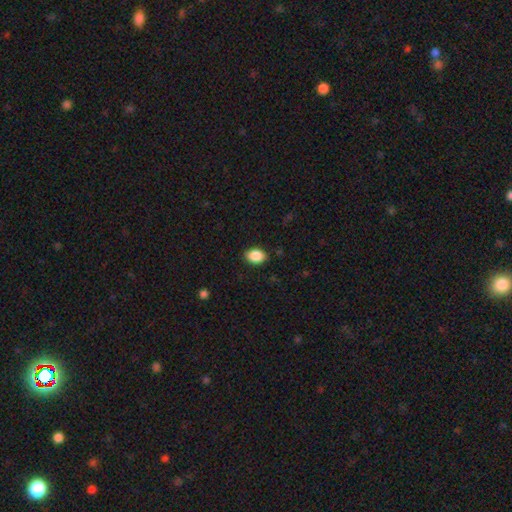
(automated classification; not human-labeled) A smooth galaxy with no disk features (88%) that is in between round and cigar-shaped (78%). Merging: none (87%).